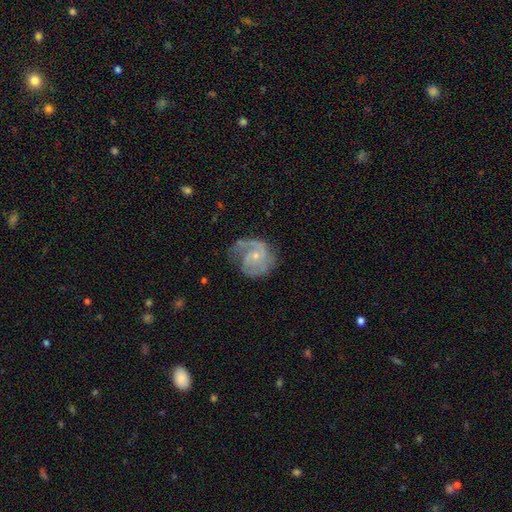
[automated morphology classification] smooth-or-featured: featured or disk: 80% | smooth: 14% | star or artifact: 6%
  disk-edge-on: no: 98% | yes: 2%
    bar: no: 65% | weak: 30% | strong: 5%
    has-spiral-arms: yes: 92% | no: 8%
      spiral-winding: medium: 47% | tight: 31% | loose: 22%
      spiral-arm-count: 2: 52% | 1: 18% | can't tell: 15% | 3: 10% | 4: 3% | more than 4: 3%
    bulge-size: small: 72% | moderate: 23% | none: 3% | large: 1% | dominant: 1%
  merging: none: 53% | minor disturbance: 24% | major disturbance: 21% | merger: 2%